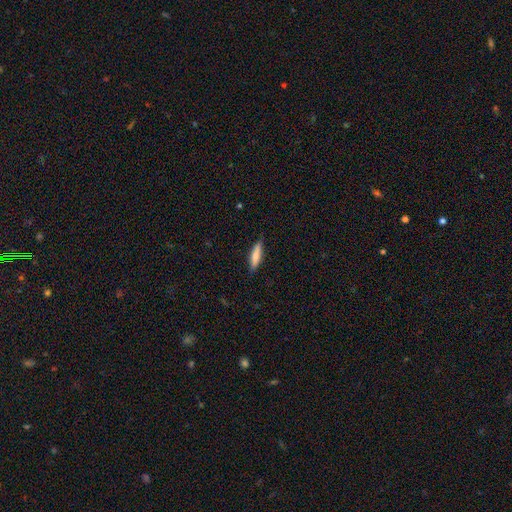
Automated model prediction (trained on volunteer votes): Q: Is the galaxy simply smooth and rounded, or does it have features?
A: smooth — 75%.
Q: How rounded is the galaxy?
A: cigar-shaped — 75%.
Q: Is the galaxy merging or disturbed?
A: none — 85%.